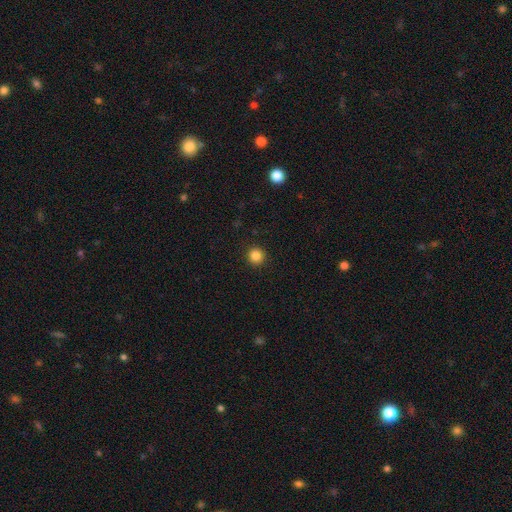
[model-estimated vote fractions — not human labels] Smooth or featured?
  - smooth: 85% *
  - star or artifact: 11%
  - featured or disk: 3%
How rounded?
  - round: 95% *
  - in between: 4%
  - cigar-shaped: 1%
Merging?
  - none: 93% *
  - minor disturbance: 5%
  - major disturbance: 2%
  - merger: 1%